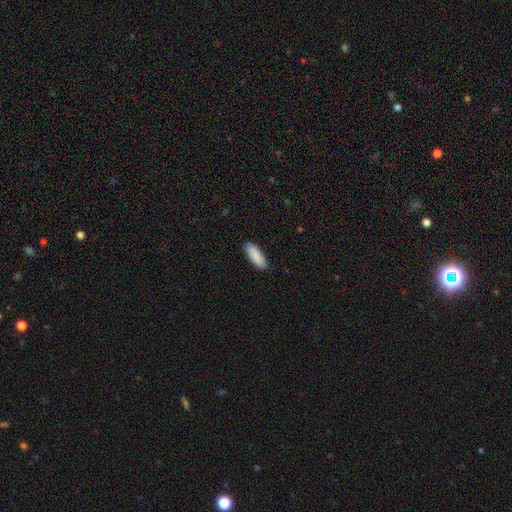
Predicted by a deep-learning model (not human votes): Smooth or featured? Predicted: smooth (p=0.90). How rounded? Predicted: in between (p=0.66). Merging? Predicted: none (p=0.89).